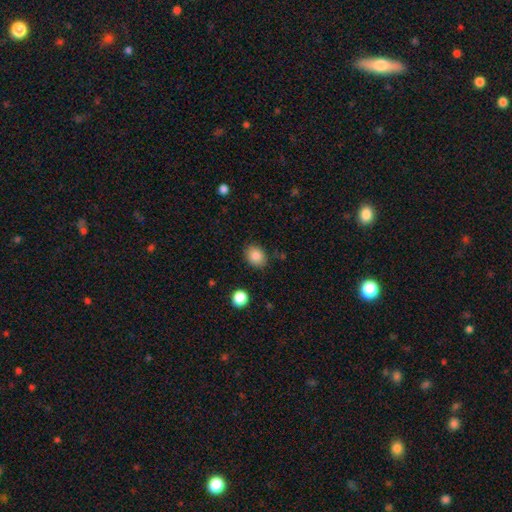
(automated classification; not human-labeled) smooth_or_featured: smooth (p=0.85) [alt: star or artifact p=0.09]
how_rounded: in between (p=0.51) [alt: round p=0.48]
merging: none (p=0.83) [alt: minor disturbance p=0.12]